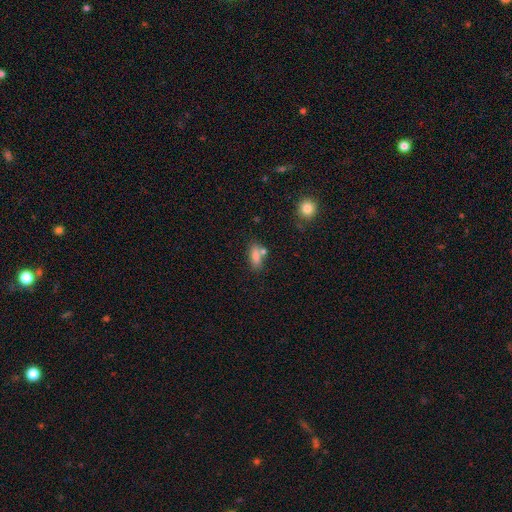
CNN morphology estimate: Smooth or featured? smooth (78%)
How rounded? in between (70%)
Merging? none (64%)